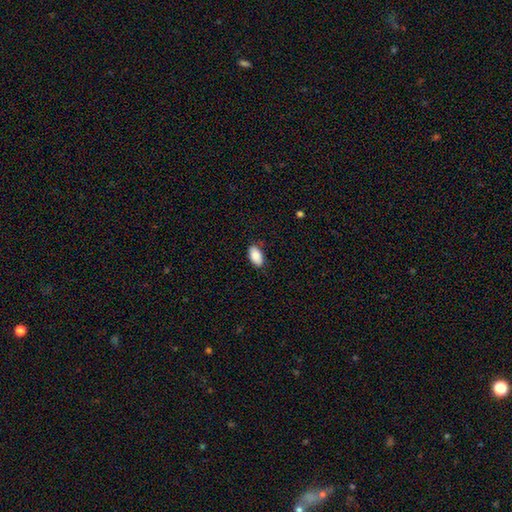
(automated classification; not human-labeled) Smooth or featured? Predicted: smooth (p=0.89). How rounded? Predicted: in between (p=0.94). Merging? Predicted: none (p=0.82).